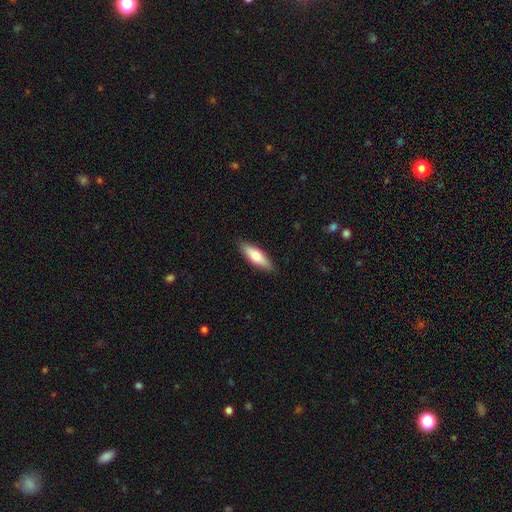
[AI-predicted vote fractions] Smooth or featured? Predicted: smooth (p=0.74). How rounded? Predicted: in between (p=0.54). Merging? Predicted: none (p=0.87).